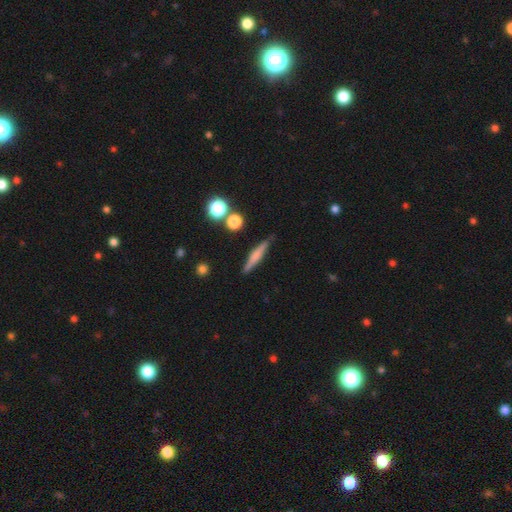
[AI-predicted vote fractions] Smooth or featured? smooth (53%)
How rounded? cigar-shaped (88%)
Merging? none (84%)